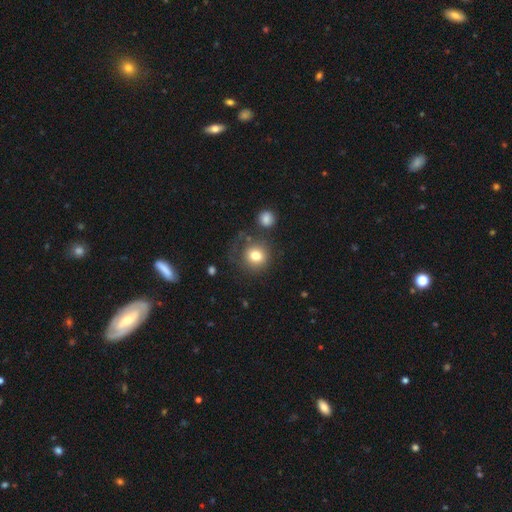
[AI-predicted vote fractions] smooth-or-featured: smooth: 77% | featured or disk: 12% | star or artifact: 10%
  how-rounded: round: 88% | in between: 11% | cigar-shaped: 1%
  merging: none: 64% | minor disturbance: 16% | major disturbance: 14% | merger: 7%